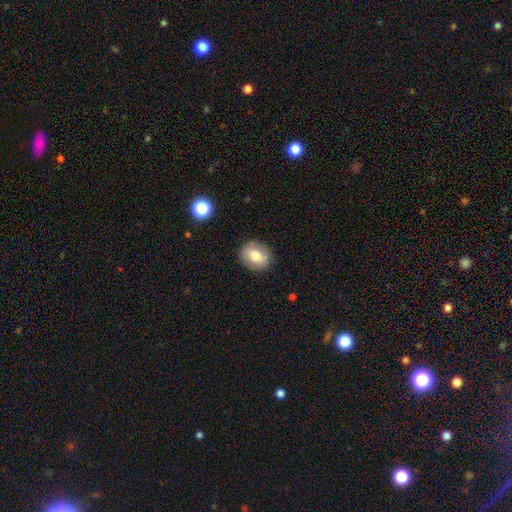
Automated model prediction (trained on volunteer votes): Smooth or featured? Predicted: smooth (p=0.72). How rounded? Predicted: round (p=0.51). Merging? Predicted: none (p=0.87).